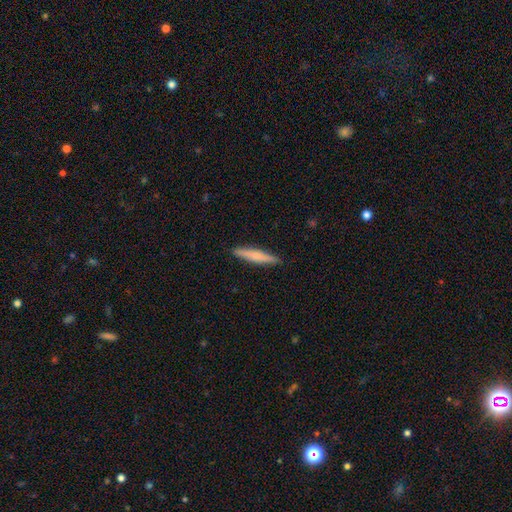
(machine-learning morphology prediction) Overall: smooth (63%; featured or disk 31%). How rounded: cigar-shaped (93%). Merging: none (91%).